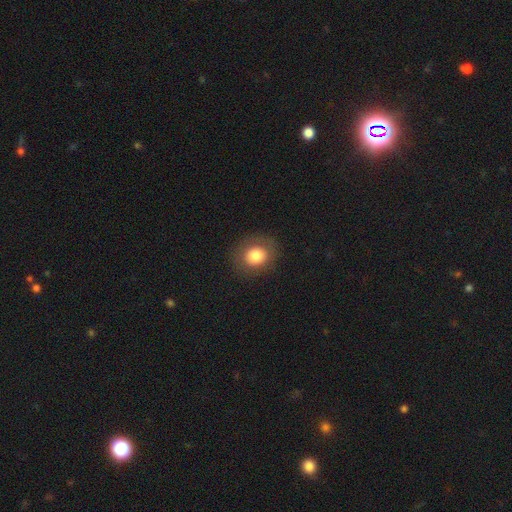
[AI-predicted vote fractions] Smooth or featured?
  - smooth: 78% *
  - featured or disk: 12%
  - star or artifact: 9%
How rounded?
  - round: 71% *
  - in between: 28%
  - cigar-shaped: 1%
Merging?
  - none: 85% *
  - minor disturbance: 10%
  - major disturbance: 5%
  - merger: 1%